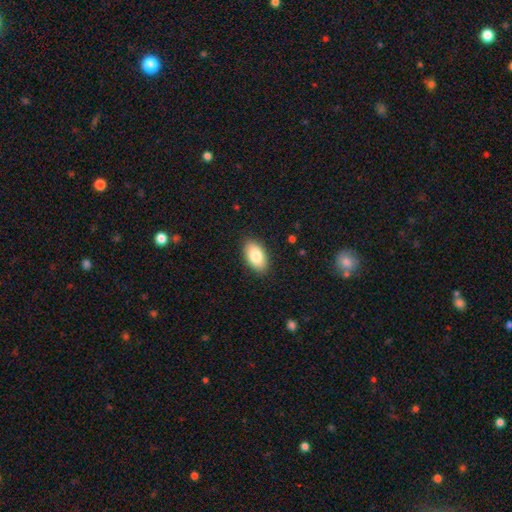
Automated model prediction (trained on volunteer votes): This is clearly a smooth galaxy (84%). How rounded: clearly in between (94%). Merging: clearly none (88%).